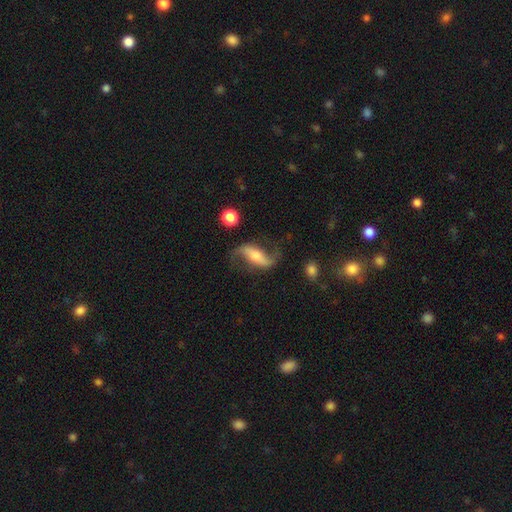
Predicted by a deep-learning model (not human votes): A featured or disk galaxy (82%) with a strong bar (44%), 2 (93%) loose (84%) spiral arms (95%) and a moderate central bulge (43%). Merging: none (72%).